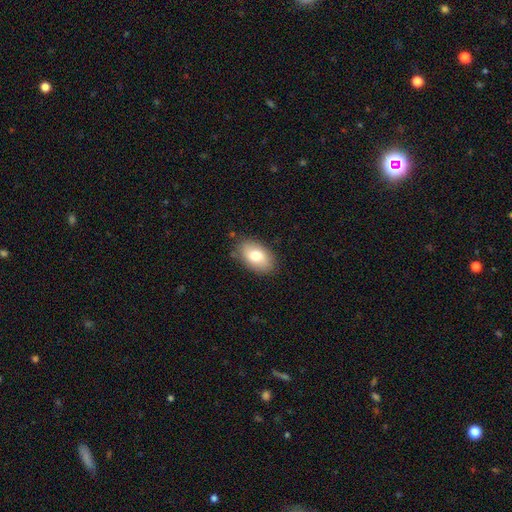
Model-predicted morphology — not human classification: A smooth galaxy with no disk features (77%) that is in between round and cigar-shaped (92%).

Vote fractions:
- Smooth or featured? smooth: 77% / featured or disk: 16% / star or artifact: 7%
- How rounded? in between: 92% / round: 6% / cigar-shaped: 1%
- Merging? none: 83% / minor disturbance: 12% / major disturbance: 3% / merger: 1%